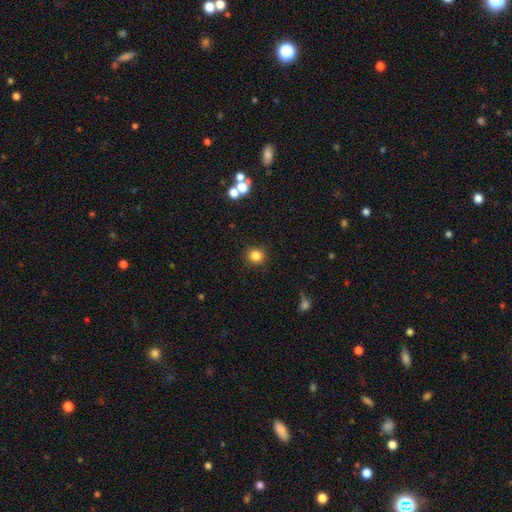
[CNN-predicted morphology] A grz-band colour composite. It shows a smooth galaxy with no disk features (83%) that is round (90%). Merging: none (89%).